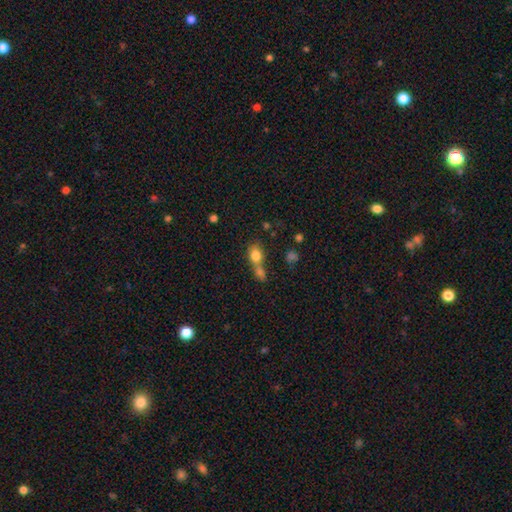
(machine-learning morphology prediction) This is likely a smooth galaxy (79%). How rounded: possibly in between (52%). Merging: possibly merger (56%).